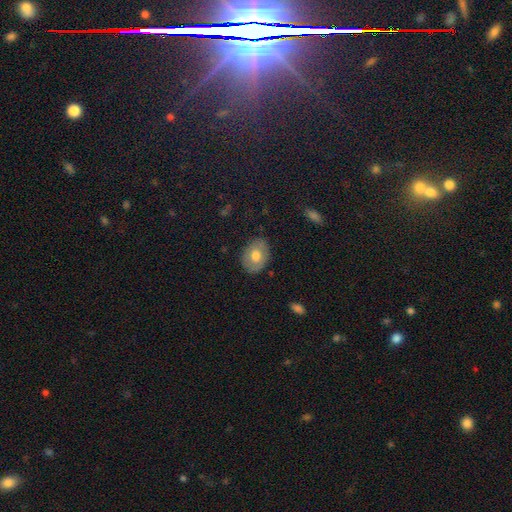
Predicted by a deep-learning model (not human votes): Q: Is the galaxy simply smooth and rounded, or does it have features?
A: smooth — 65%.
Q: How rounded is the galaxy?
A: in between — 72%.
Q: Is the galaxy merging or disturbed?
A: none — 83%.